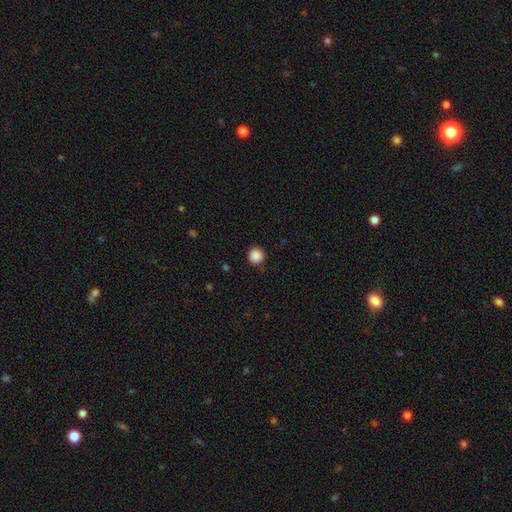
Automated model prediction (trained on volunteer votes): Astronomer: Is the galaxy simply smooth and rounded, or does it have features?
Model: smooth — 88%.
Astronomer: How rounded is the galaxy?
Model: round — 95%.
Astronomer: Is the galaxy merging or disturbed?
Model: none — 89%.